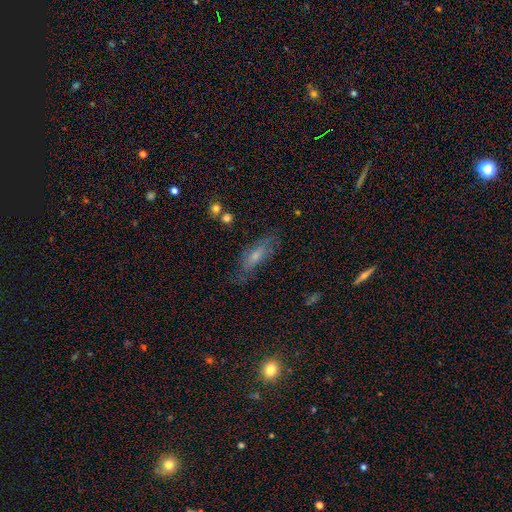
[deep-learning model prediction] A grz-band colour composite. It shows a featured or disk galaxy (44%). Merging: none (69%).